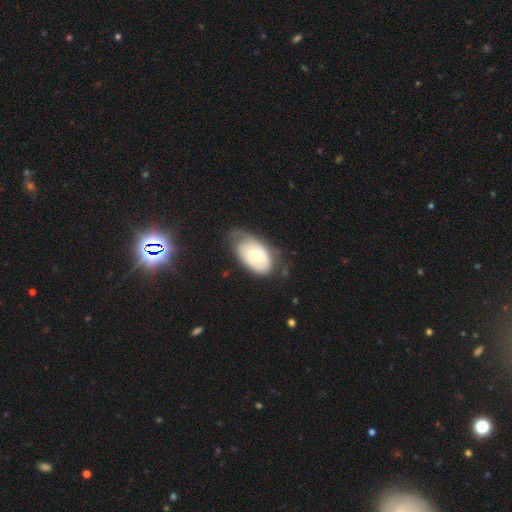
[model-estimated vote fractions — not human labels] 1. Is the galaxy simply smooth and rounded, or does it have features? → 52% featured or disk, 42% smooth, 6% star or artifact.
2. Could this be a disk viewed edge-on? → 93% no, 7% yes.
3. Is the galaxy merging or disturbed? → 50% none, 32% minor disturbance, 16% major disturbance, 2% merger.